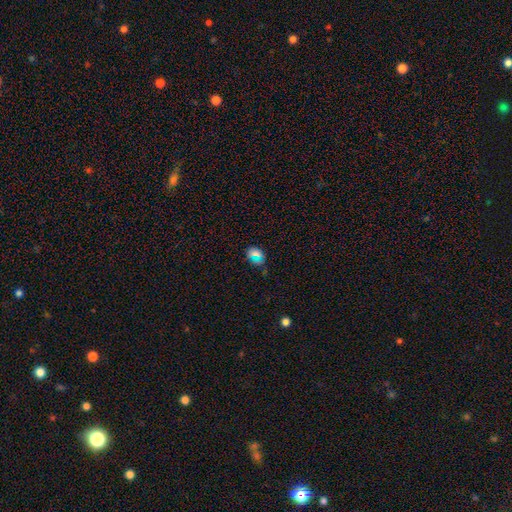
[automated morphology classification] This is possibly a smooth galaxy (58%). How rounded: possibly in between (58%). Merging: likely none (71%).